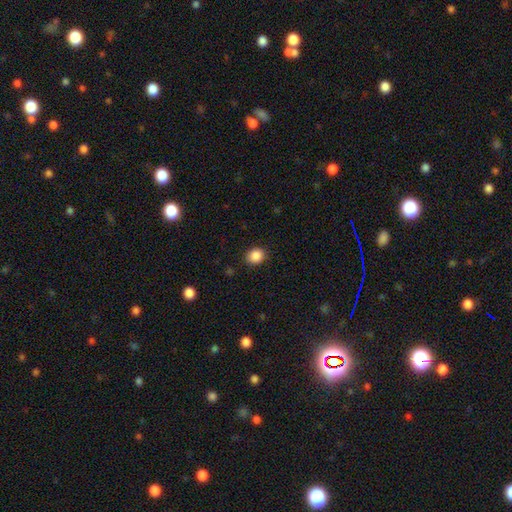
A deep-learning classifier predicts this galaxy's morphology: Smooth or featured?
  - smooth: 88% *
  - star or artifact: 9%
  - featured or disk: 3%
How rounded?
  - round: 69% *
  - in between: 31%
  - cigar-shaped: 1%
Merging?
  - none: 89% *
  - minor disturbance: 8%
  - major disturbance: 2%
  - merger: 1%